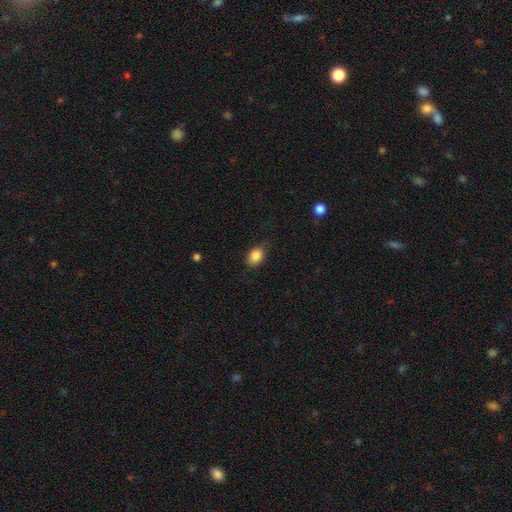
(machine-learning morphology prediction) Overall: smooth (86%). How rounded: in between (71%). Merging: none (77%).